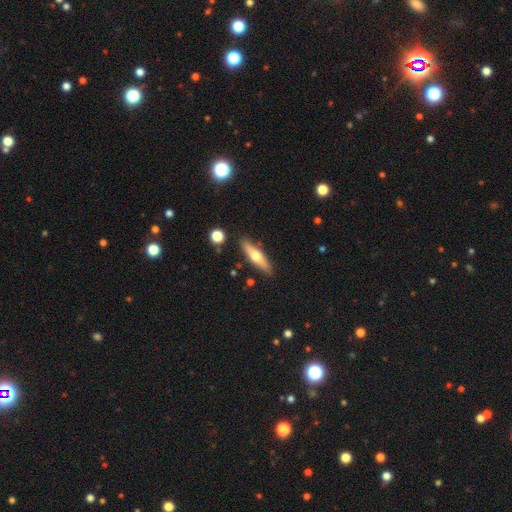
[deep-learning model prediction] smooth-or-featured: smooth: 48% | featured or disk: 46% | star or artifact: 6%
  merging: none: 86% | minor disturbance: 9% | merger: 3% | major disturbance: 2%